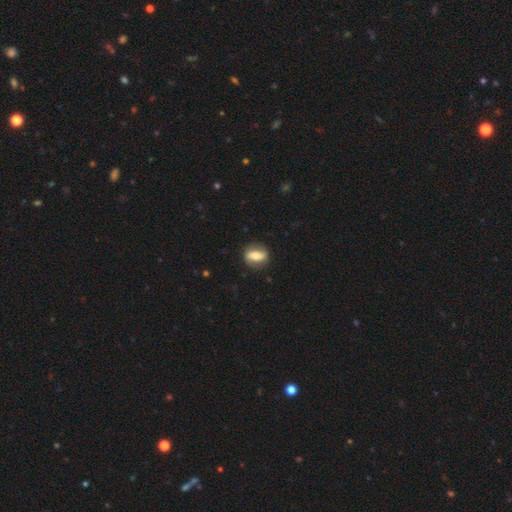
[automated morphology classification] This appears to be a featured or disk galaxy (49%). Merging: none (83%).